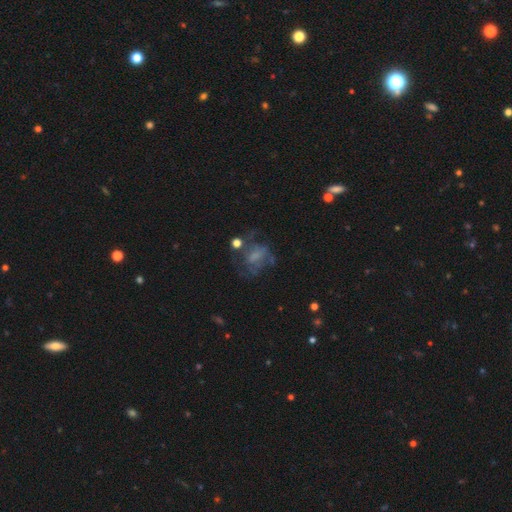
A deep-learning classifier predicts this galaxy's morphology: A featured or disk galaxy (51%). Merging: none (38%).